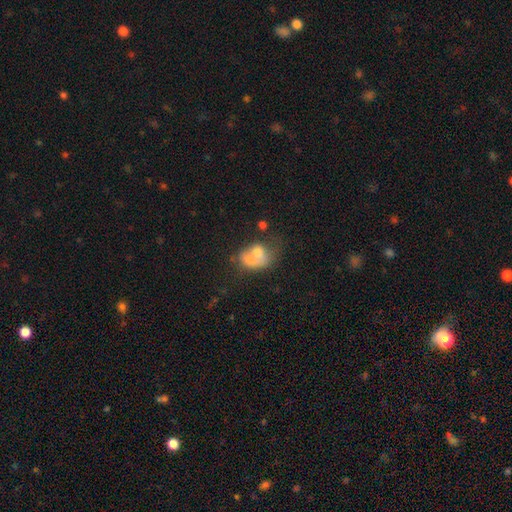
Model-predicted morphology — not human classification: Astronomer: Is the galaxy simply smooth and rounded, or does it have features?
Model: smooth — 62%.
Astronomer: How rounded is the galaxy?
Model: in between — 62%.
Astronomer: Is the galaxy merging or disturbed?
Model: merger — 41% (runner-up: none, 22%).